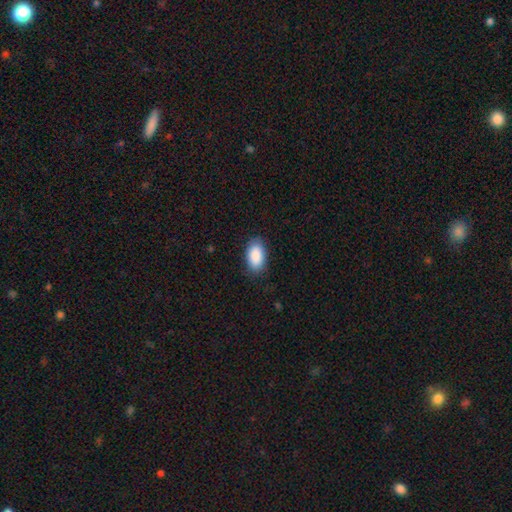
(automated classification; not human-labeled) Smooth or featured? Predicted: smooth (p=0.90). How rounded? Predicted: in between (p=0.94). Merging? Predicted: none (p=0.84).